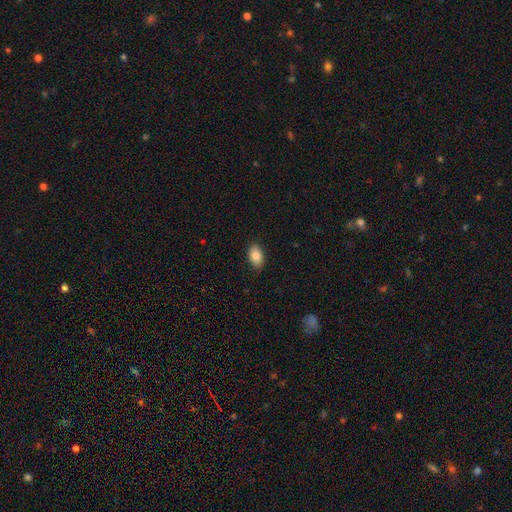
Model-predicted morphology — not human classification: Smooth or featured: smooth — 85% (featured or disk — 8%)
How rounded: in between — 91% (round — 8%)
Merging: none — 87% (minor disturbance — 10%)